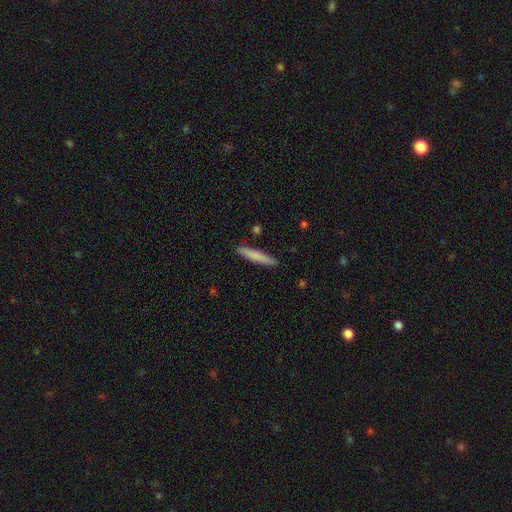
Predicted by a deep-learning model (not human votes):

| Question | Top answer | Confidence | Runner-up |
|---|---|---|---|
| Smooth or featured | smooth | 76% | featured or disk (18%) |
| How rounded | cigar-shaped | 93% | in between (6%) |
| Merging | none | 89% | minor disturbance (8%) |